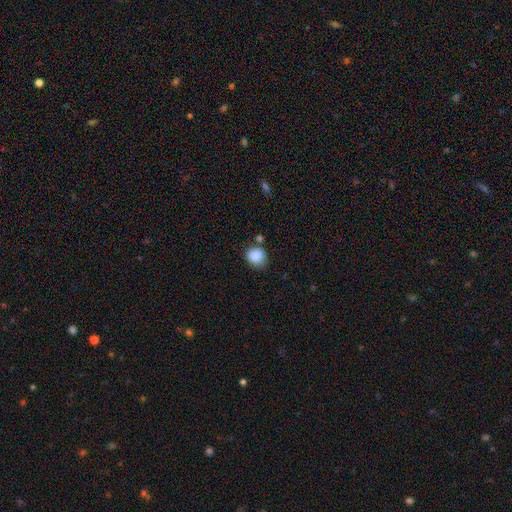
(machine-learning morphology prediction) A smooth galaxy with no disk features (87%) that is round (74%). Merging: none (68%).